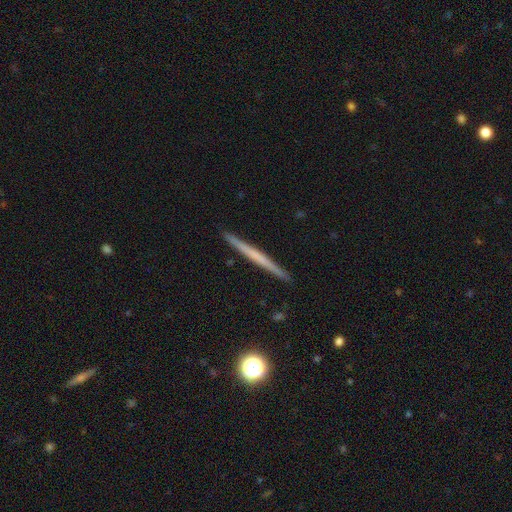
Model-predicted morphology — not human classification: A featured or disk galaxy (54%) viewed edge-on (98%) with no central bulge (84%). Merging: none (92%).